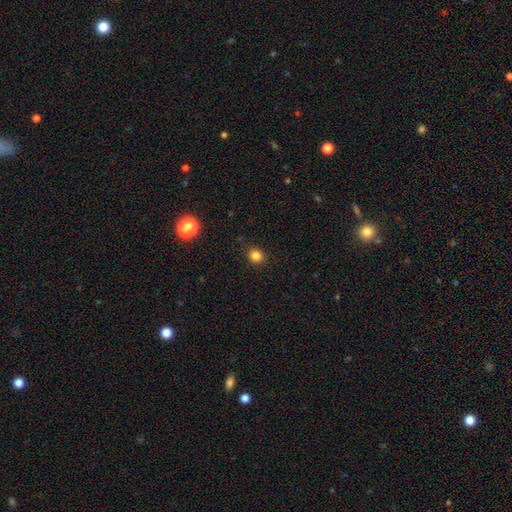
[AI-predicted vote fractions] A smooth galaxy with no disk features (82%) that is round (73%). Merging: none (90%).